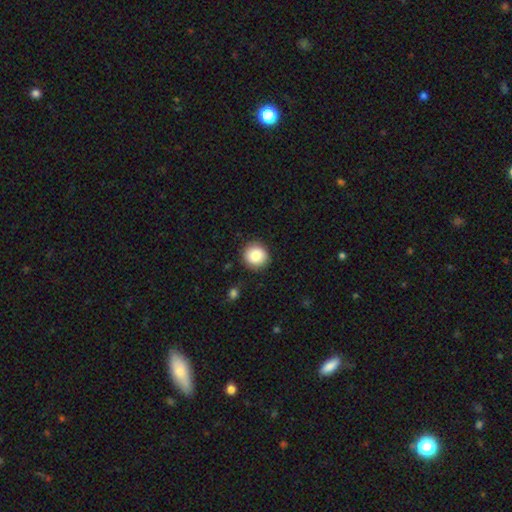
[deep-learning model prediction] Smooth or featured?
  - smooth: 86% *
  - star or artifact: 8%
  - featured or disk: 6%
How rounded?
  - round: 91% *
  - in between: 8%
  - cigar-shaped: 1%
Merging?
  - none: 88% *
  - minor disturbance: 8%
  - major disturbance: 2%
  - merger: 1%